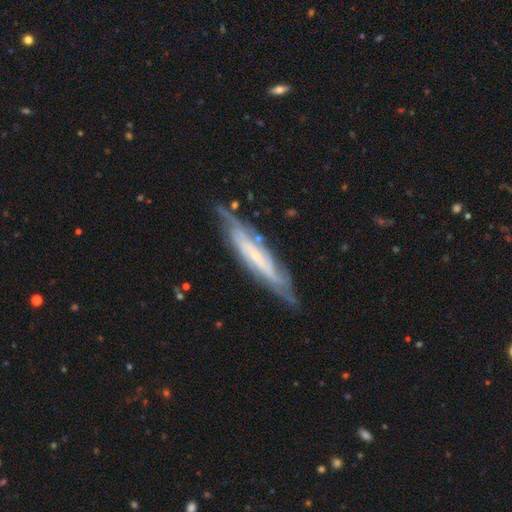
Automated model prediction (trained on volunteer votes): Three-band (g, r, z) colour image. It shows a featured or disk galaxy (75%) viewed edge-on (54%). Merging: none (72%).